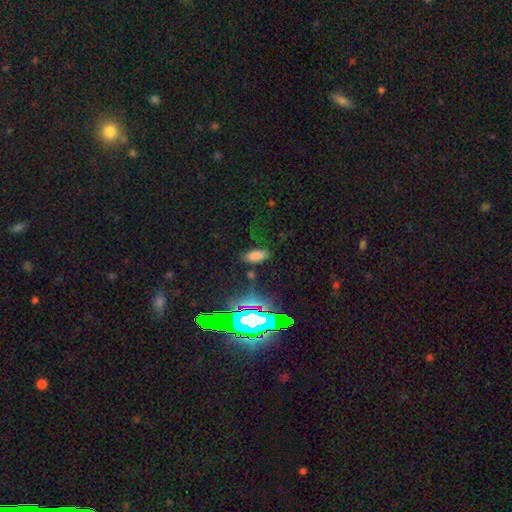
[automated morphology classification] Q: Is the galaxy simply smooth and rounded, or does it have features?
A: smooth — 69%.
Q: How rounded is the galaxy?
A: in between — 90%.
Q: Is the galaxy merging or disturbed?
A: none — 77%.